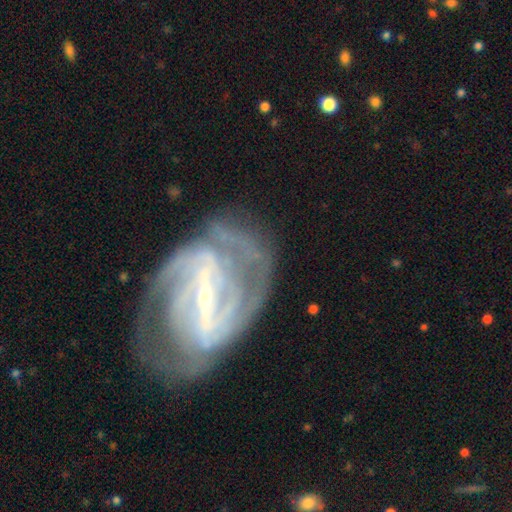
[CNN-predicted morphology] The model was most divided on "spiral winding": tight: 47%, medium: 40%, loose: 13%. Remaining: edge-on disk — no (96%); spiral arms — yes (94%); smooth or featured — featured or disk (89%); bulge size — small (80%); bar — strong (74%); merging — none (60%); spiral arm count — 2 (42%).